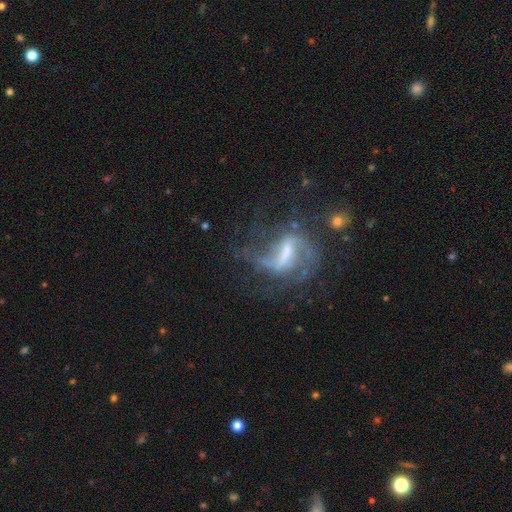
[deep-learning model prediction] This is clearly a featured or disk galaxy (80%). It is clearly not viewed edge-on (94%). Bar: marginally strong (44%). Spiral arm pattern: clearly yes (90%). Spiral arm count: likely 2 (67%). Spiral winding: possibly loose (54%). Central bulge: marginally small (41%). Merging: possibly none (52%).